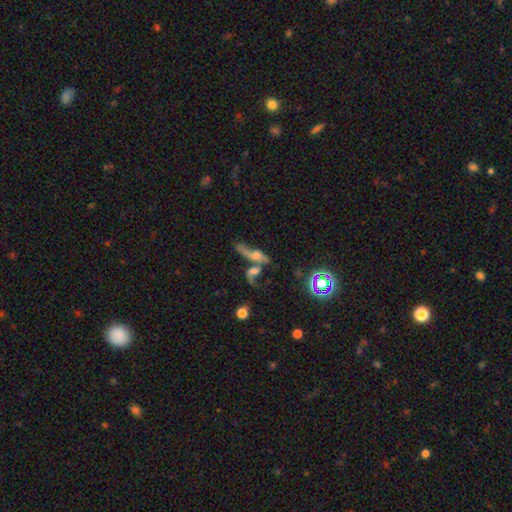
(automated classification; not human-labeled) Smooth or featured? Predicted: featured or disk (p=0.48). Merging? Predicted: merger (p=0.58).